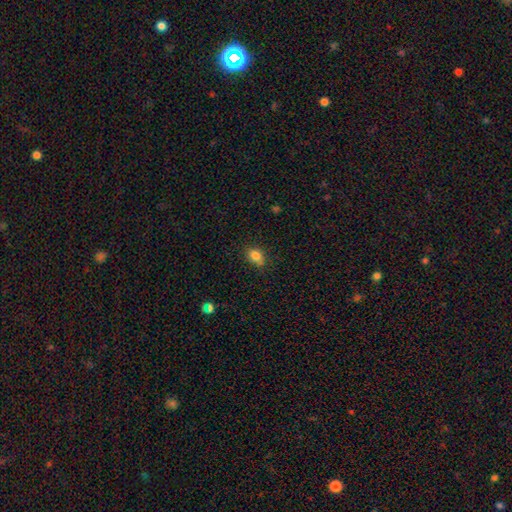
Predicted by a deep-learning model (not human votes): smooth-or-featured: smooth: 83% | star or artifact: 11% | featured or disk: 6%
  how-rounded: in between: 63% | round: 35% | cigar-shaped: 2%
  merging: none: 74% | minor disturbance: 20% | major disturbance: 4% | merger: 3%